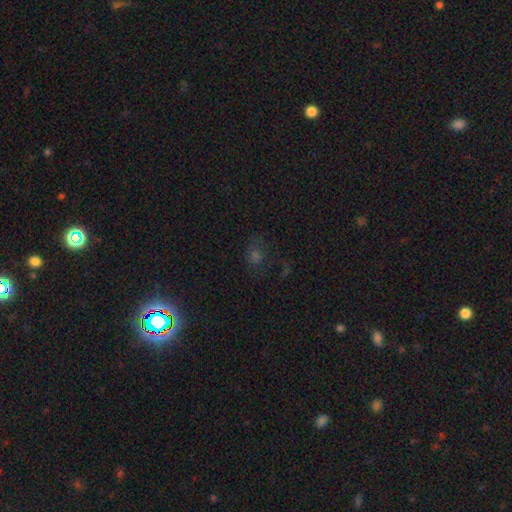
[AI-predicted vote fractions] Smooth or featured: star or artifact — 49% (smooth — 36%)